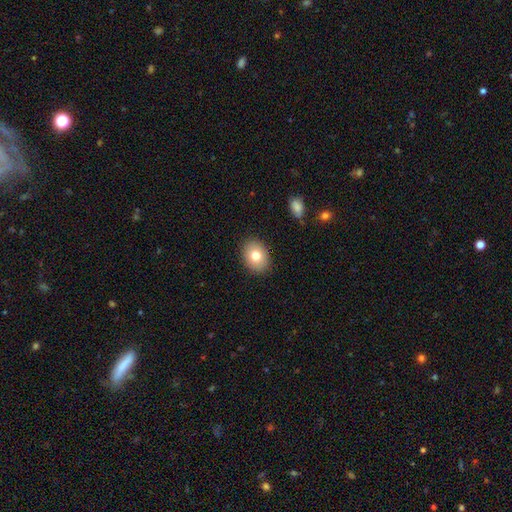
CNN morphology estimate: This is likely a smooth galaxy (78%). How rounded: likely in between (61%). Merging: clearly none (88%).